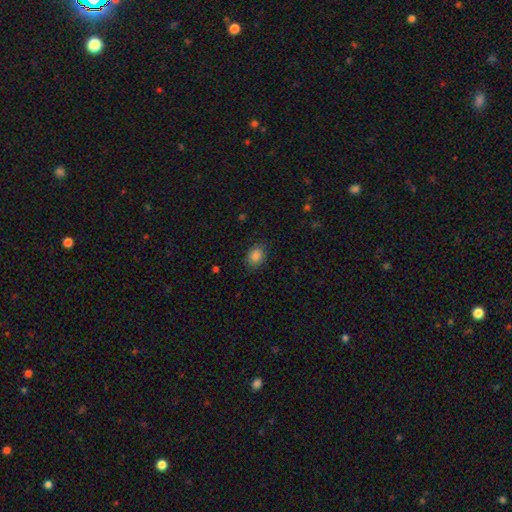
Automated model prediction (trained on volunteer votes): Q: Smooth or featured?
A: smooth (86%); runner-up: star or artifact (9%)
Q: How rounded?
A: in between (52%); runner-up: round (47%)
Q: Merging?
A: none (84%); runner-up: minor disturbance (12%)